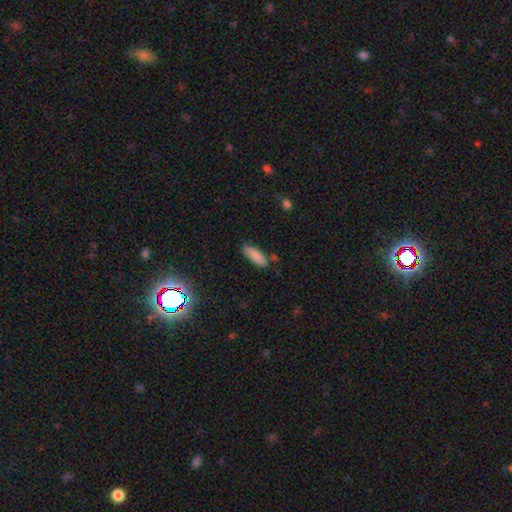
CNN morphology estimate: smooth-or-featured: smooth: 86% | star or artifact: 7% | featured or disk: 7%
  how-rounded: in between: 60% | cigar-shaped: 38% | round: 2%
  merging: none: 76% | minor disturbance: 16% | merger: 4% | major disturbance: 3%